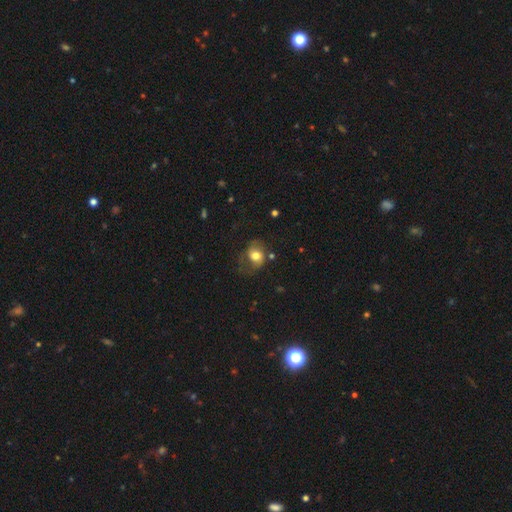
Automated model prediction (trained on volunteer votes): smooth-or-featured: smooth: 63% | featured or disk: 28% | star or artifact: 9%
  how-rounded: in between: 50% | round: 49% | cigar-shaped: 1%
  merging: none: 47% | minor disturbance: 26% | major disturbance: 24% | merger: 3%